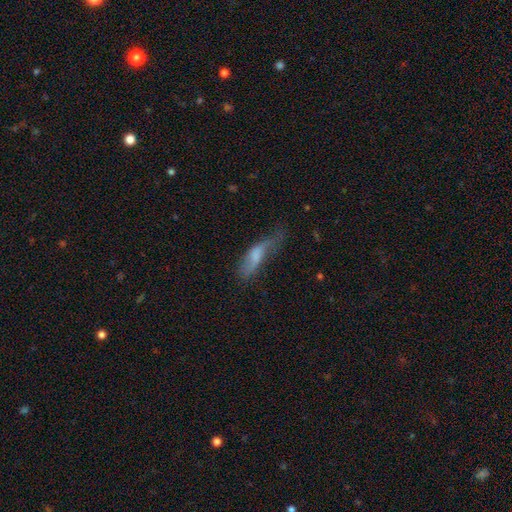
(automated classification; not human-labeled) This appears to be a smooth galaxy with no disk features (56%) that is cigar-shaped (51%). Merging: none (36%).